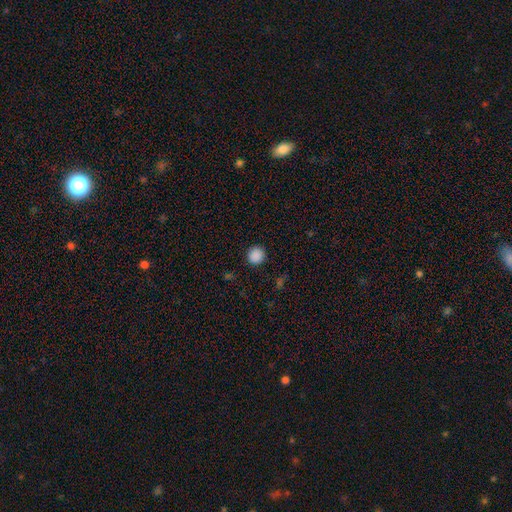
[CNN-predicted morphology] This appears to be a smooth galaxy with no disk features (88%) that is round (92%). Merging: none (91%).